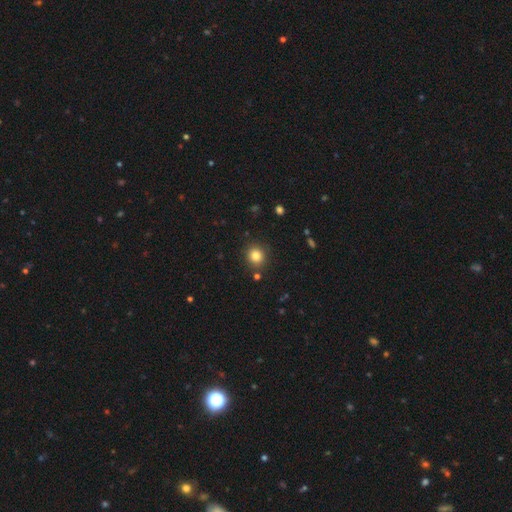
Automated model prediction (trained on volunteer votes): Q: Smooth or featured?
A: smooth (82%); runner-up: star or artifact (12%)
Q: How rounded?
A: round (86%); runner-up: in between (13%)
Q: Merging?
A: none (87%); runner-up: minor disturbance (7%)